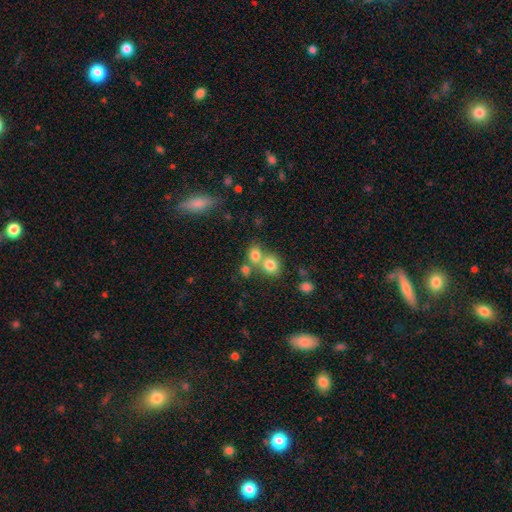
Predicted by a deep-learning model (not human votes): smooth 77%, star or artifact 12%, featured or disk 10%. Down the decision tree: how rounded — round (69%); merging — merger (46%).